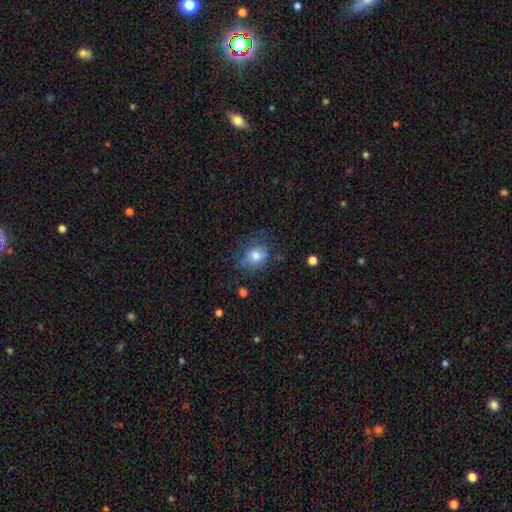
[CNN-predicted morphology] type=smooth (74%); roundness=round (59%); merging=none (60%).